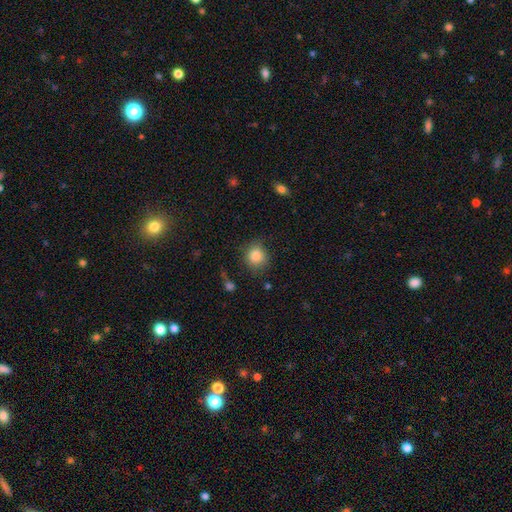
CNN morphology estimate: Smooth or featured: smooth — 85% (star or artifact — 9%)
How rounded: round — 82% (in between — 17%)
Merging: none — 76% (minor disturbance — 17%)